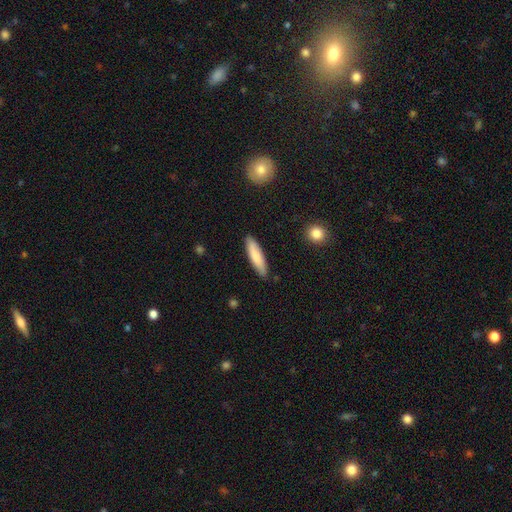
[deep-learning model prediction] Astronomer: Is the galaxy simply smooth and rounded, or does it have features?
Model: smooth — 79%.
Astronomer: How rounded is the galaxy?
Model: cigar-shaped — 73%.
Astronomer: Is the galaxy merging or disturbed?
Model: none — 87%.